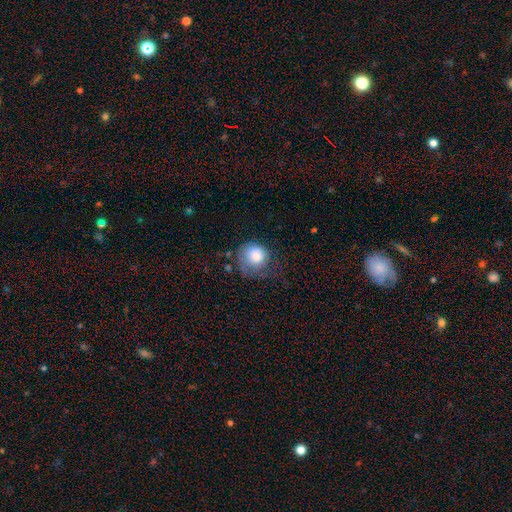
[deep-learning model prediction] Smooth or featured? smooth (77%)
How rounded? round (81%)
Merging? none (36%)